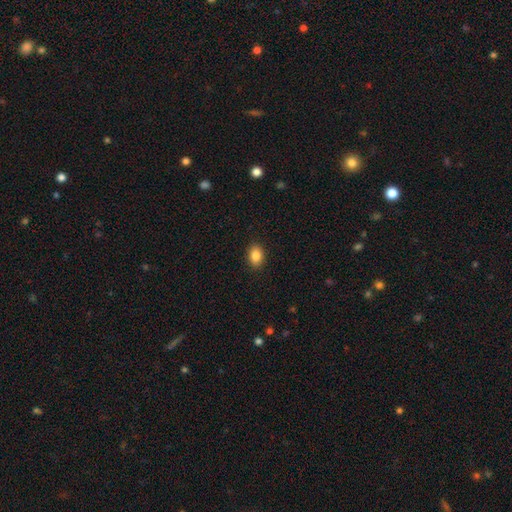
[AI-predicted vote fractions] Q: Smooth or featured?
A: smooth (86%); runner-up: star or artifact (9%)
Q: How rounded?
A: in between (76%); runner-up: round (23%)
Q: Merging?
A: none (90%); runner-up: minor disturbance (7%)